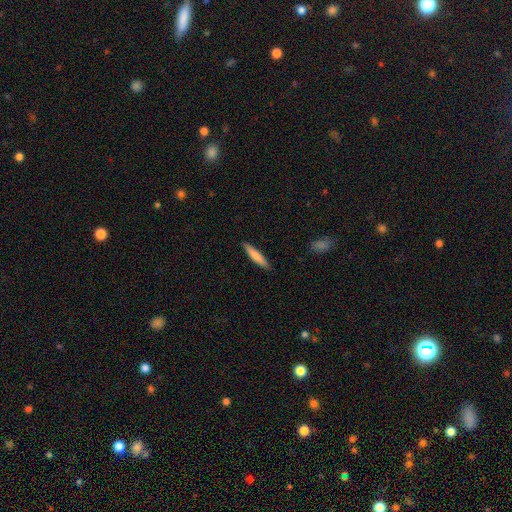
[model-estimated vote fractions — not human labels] Q: Smooth or featured?
A: smooth (77%); runner-up: featured or disk (18%)
Q: How rounded?
A: cigar-shaped (90%); runner-up: in between (9%)
Q: Merging?
A: none (89%); runner-up: minor disturbance (8%)